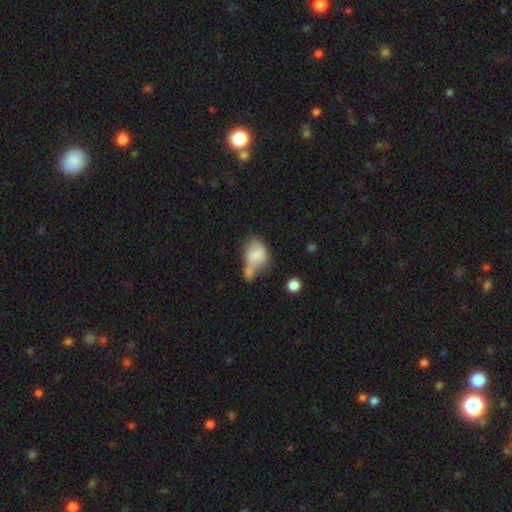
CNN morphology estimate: A smooth galaxy with no disk features (72%) that is in between round and cigar-shaped (70%). Merging: merger (55%).